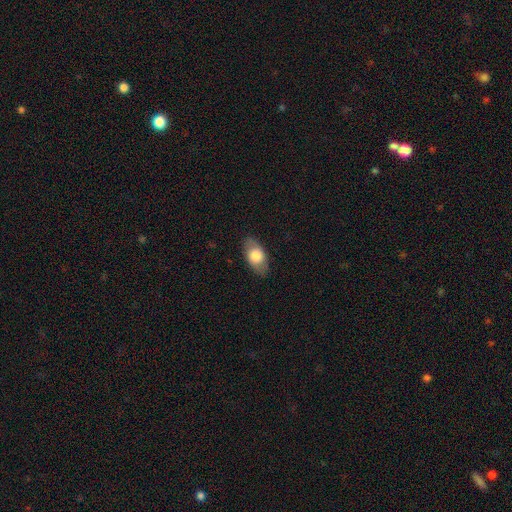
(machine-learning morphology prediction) Q: Smooth or featured?
A: smooth (71%); runner-up: featured or disk (23%)
Q: How rounded?
A: in between (91%); runner-up: round (6%)
Q: Merging?
A: none (84%); runner-up: minor disturbance (12%)